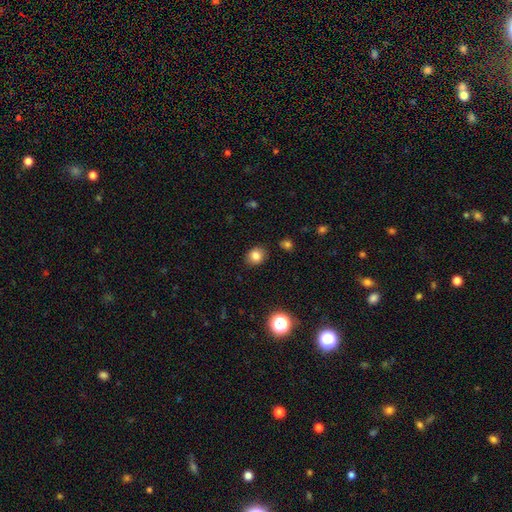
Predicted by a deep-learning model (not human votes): A smooth galaxy with no disk features (82%) that is round (68%). Merging: none (87%).